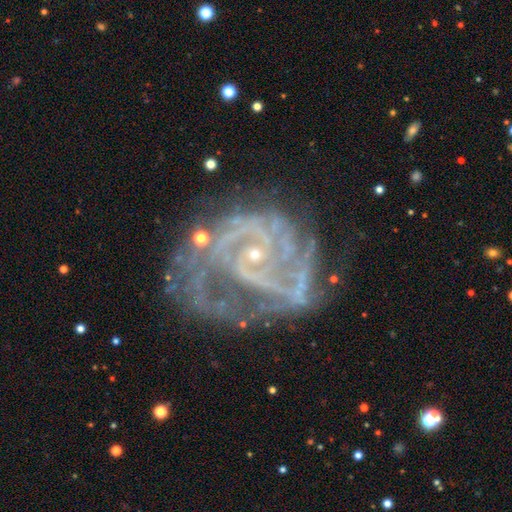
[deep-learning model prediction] smooth-or-featured: featured or disk: 88% | star or artifact: 8% | smooth: 4%
  disk-edge-on: no: 98% | yes: 2%
    bar: no: 52% | weak: 33% | strong: 14%
    has-spiral-arms: yes: 95% | no: 5%
      spiral-winding: tight: 50% | medium: 39% | loose: 11%
      spiral-arm-count: 2: 30% | can't tell: 22% | 3: 20% | 4: 11% | more than 4: 8% | 1: 8%
    bulge-size: small: 85% | moderate: 8% | none: 5% | large: 1% | dominant: 1%
  merging: none: 52% | major disturbance: 23% | minor disturbance: 22% | merger: 4%